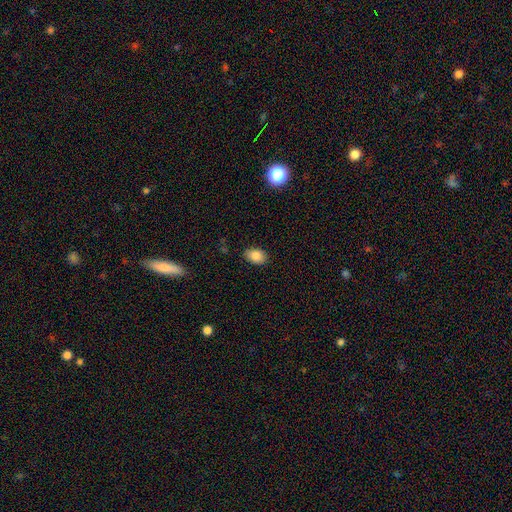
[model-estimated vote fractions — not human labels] This appears to be a smooth galaxy with no disk features (86%) that is in between round and cigar-shaped (81%). Merging: none (84%).